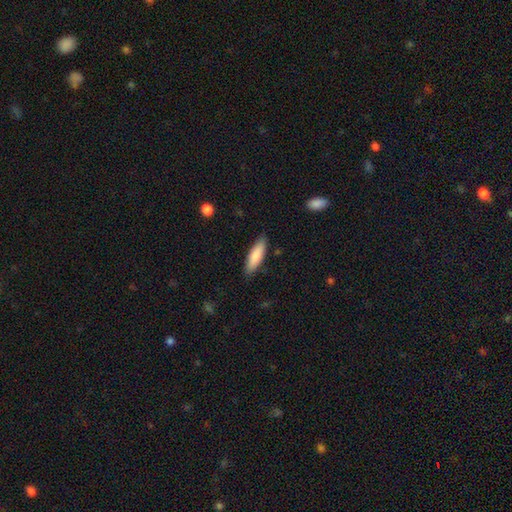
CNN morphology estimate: Q: Smooth or featured?
A: smooth (84%); runner-up: featured or disk (11%)
Q: How rounded?
A: cigar-shaped (54%); runner-up: in between (45%)
Q: Merging?
A: none (86%); runner-up: minor disturbance (11%)